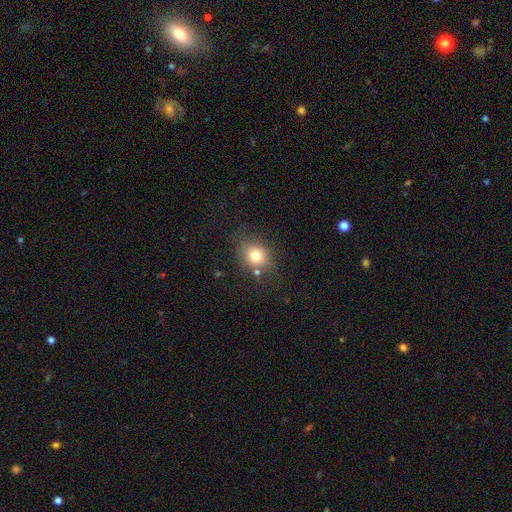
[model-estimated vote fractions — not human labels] Smooth or featured: smooth — 76% (star or artifact — 13%)
How rounded: round — 63% (in between — 36%)
Merging: none — 73% (minor disturbance — 16%)